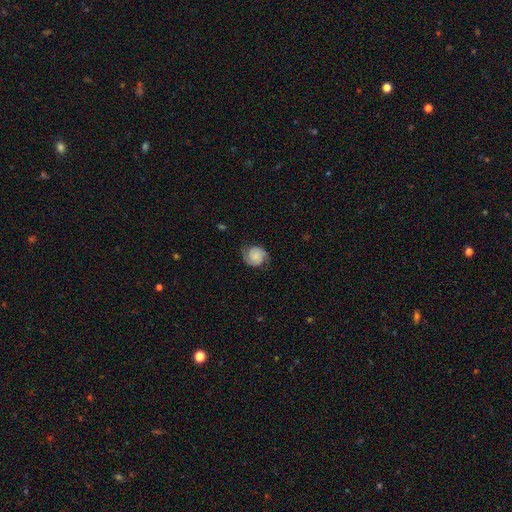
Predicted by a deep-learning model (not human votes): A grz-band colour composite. It shows a featured or disk galaxy (64%) with no bar (70%), 2 (86%) tight (48%) spiral arms (95%) and no central bulge (45%). Merging: none (74%).